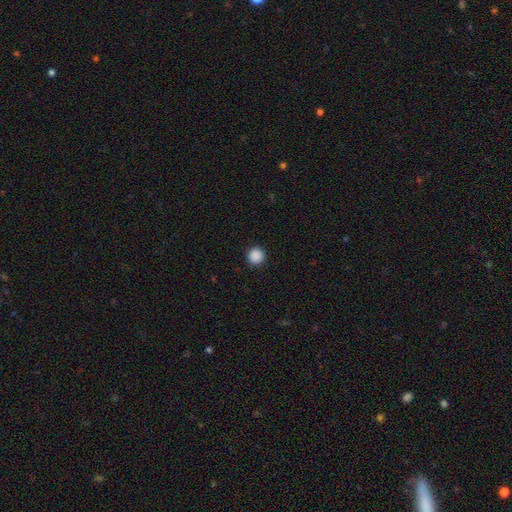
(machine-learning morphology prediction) Smooth or featured? smooth (89%)
How rounded? round (96%)
Merging? none (93%)